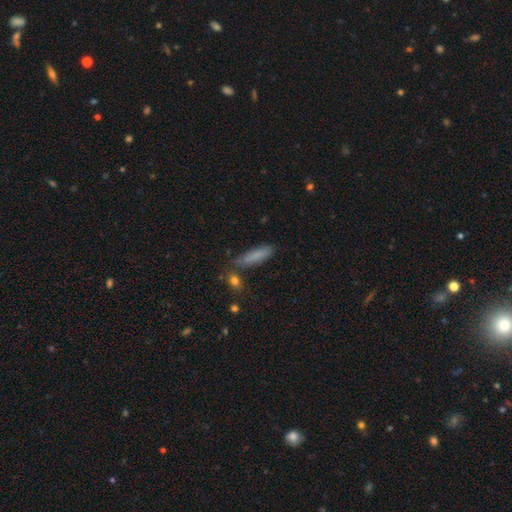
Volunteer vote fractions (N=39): This is likely a smooth galaxy (79%). How rounded: likely cigar-shaped (74%). Merging: likely none (79%).